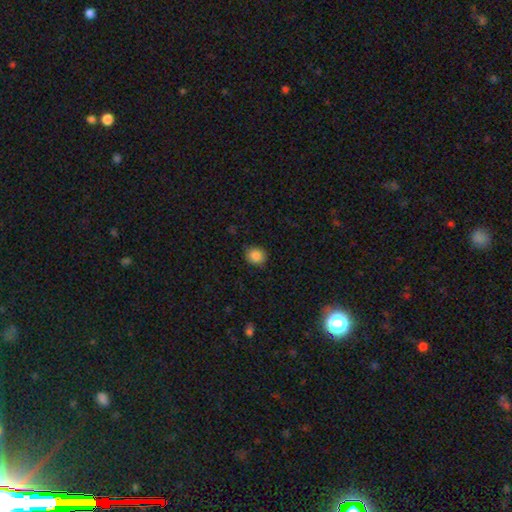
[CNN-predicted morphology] smooth_or_featured: smooth (p=0.85) [alt: star or artifact p=0.09]
how_rounded: round (p=0.78) [alt: in between p=0.21]
merging: none (p=0.84) [alt: minor disturbance p=0.13]